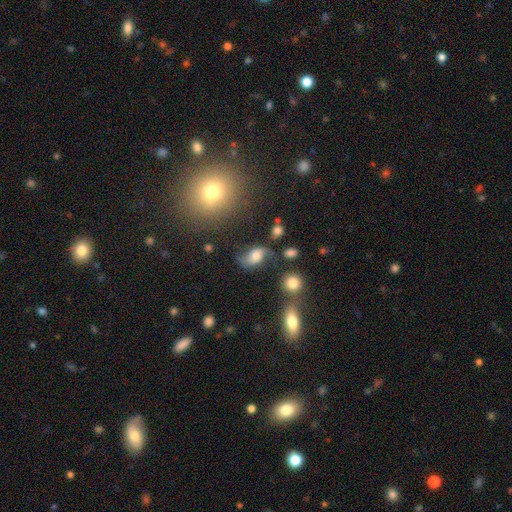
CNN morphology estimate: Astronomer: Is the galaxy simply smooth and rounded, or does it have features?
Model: featured or disk — 61%.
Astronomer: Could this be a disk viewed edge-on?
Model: no — 95%.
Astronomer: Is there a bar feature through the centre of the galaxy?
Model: no — 58% (runner-up: weak, 34%).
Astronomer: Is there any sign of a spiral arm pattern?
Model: yes — 90%.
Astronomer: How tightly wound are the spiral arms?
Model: loose — 79%.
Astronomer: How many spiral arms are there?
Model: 2 — 91%.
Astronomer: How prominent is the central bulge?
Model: moderate — 47% (runner-up: large, 26%).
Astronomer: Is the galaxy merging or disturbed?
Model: none — 56%.